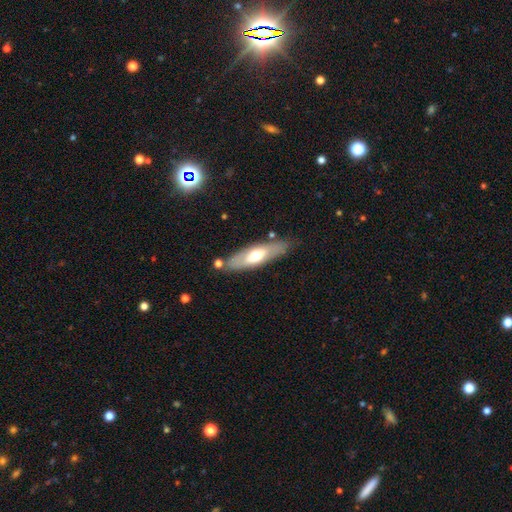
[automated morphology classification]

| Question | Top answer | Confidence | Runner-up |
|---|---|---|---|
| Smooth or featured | smooth | 50% | featured or disk (44%) |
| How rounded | cigar-shaped | 51% | in between (47%) |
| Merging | none | 77% | minor disturbance (14%) |